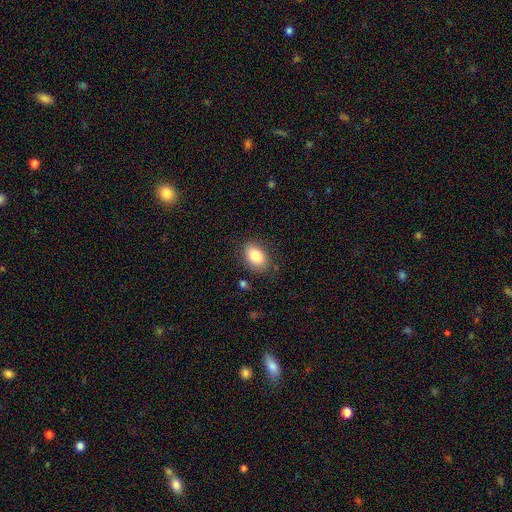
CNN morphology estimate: This appears to be a smooth galaxy with no disk features (83%) that is in between round and cigar-shaped (85%). Merging: none (82%).